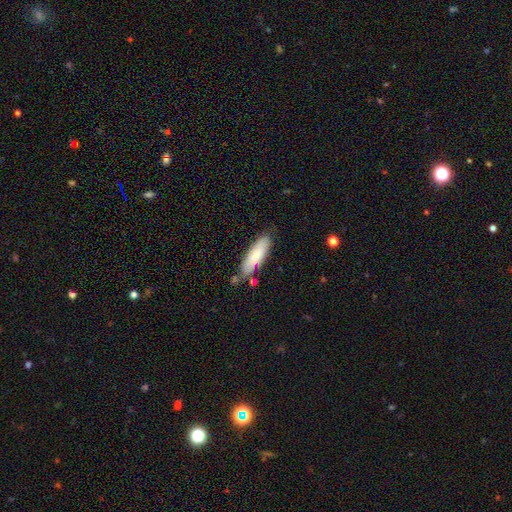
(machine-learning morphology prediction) This is likely a smooth galaxy (77%). How rounded: possibly cigar-shaped (53%). Merging: likely none (71%).